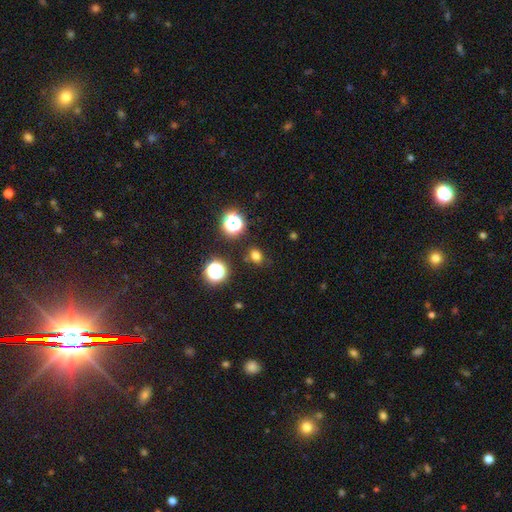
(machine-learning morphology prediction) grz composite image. It shows a smooth galaxy with no disk features (74%) that is round (65%). Merging: none (83%).